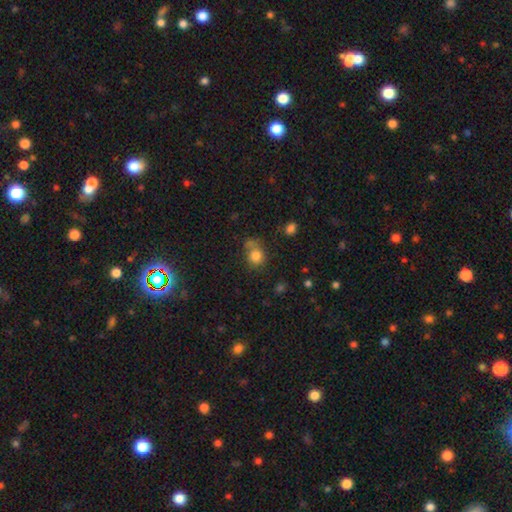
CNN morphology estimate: type=smooth (80%); roundness=round (77%); merging=none (57%).